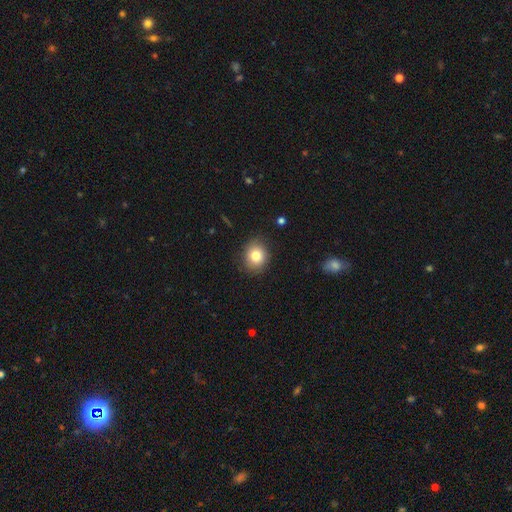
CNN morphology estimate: smooth 82%, star or artifact 10%, featured or disk 9%. Down the decision tree: how rounded — round (69%); merging — none (85%).